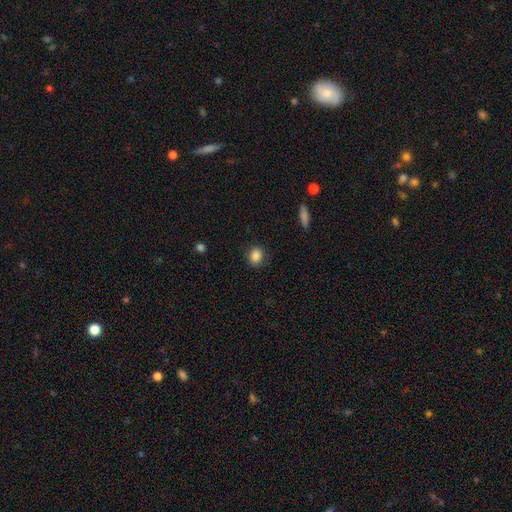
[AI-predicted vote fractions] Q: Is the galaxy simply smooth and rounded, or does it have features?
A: smooth — 86%.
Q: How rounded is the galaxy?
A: round — 66%.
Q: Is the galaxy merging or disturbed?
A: none — 84%.